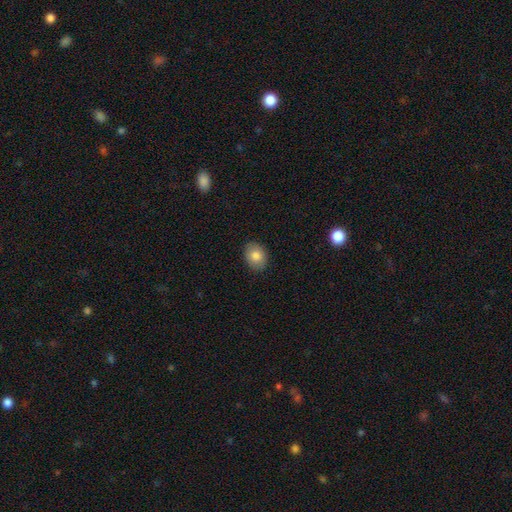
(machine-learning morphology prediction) smooth_or_featured: smooth (p=0.83) [alt: featured or disk p=0.08]
how_rounded: in between (p=0.64) [alt: round p=0.35]
merging: none (p=0.88) [alt: minor disturbance p=0.09]